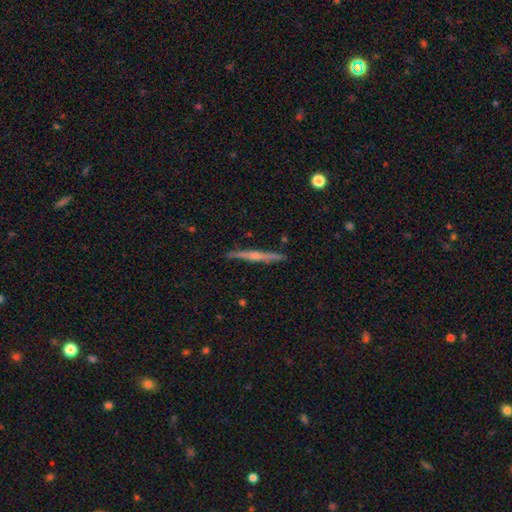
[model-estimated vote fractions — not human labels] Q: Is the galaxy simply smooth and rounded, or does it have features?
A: featured or disk — 66%.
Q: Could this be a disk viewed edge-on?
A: yes — 98%.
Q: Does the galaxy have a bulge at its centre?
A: rounded — 60%.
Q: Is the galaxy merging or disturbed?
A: none — 90%.